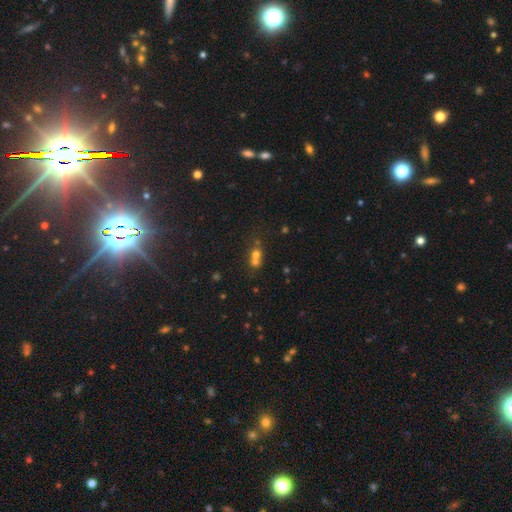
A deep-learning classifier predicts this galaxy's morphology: This appears to be a smooth galaxy with no disk features (61%) that is round (79%). Merging: merger (61%).